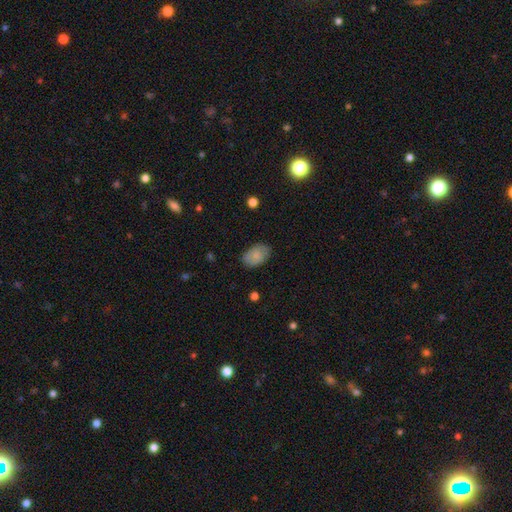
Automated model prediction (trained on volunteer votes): This is clearly a smooth galaxy (80%). How rounded: clearly in between (89%). Merging: likely none (80%).